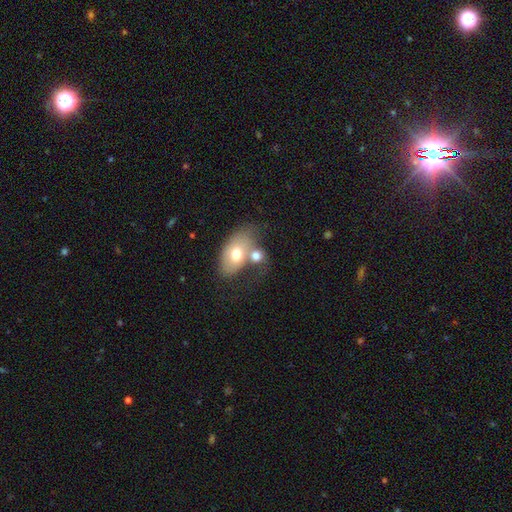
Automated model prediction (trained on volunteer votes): Morphology: type=smooth (65%); roundness=in between (78%); merging=merger (56%).